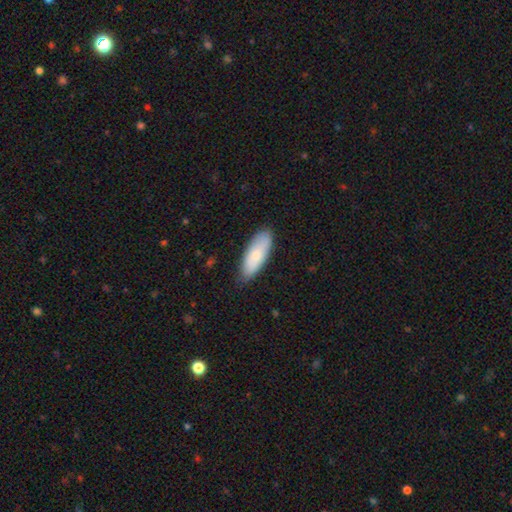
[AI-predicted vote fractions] Smooth or featured? Predicted: smooth (p=0.76). How rounded? Predicted: in between (p=0.73). Merging? Predicted: none (p=0.82).